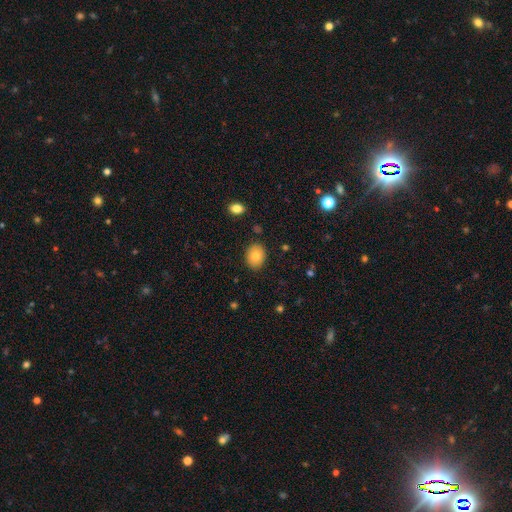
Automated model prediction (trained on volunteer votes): smooth_or_featured: smooth (p=0.79) [alt: featured or disk p=0.12]
how_rounded: in between (p=0.60) [alt: round p=0.39]
merging: none (p=0.88) [alt: minor disturbance p=0.08]